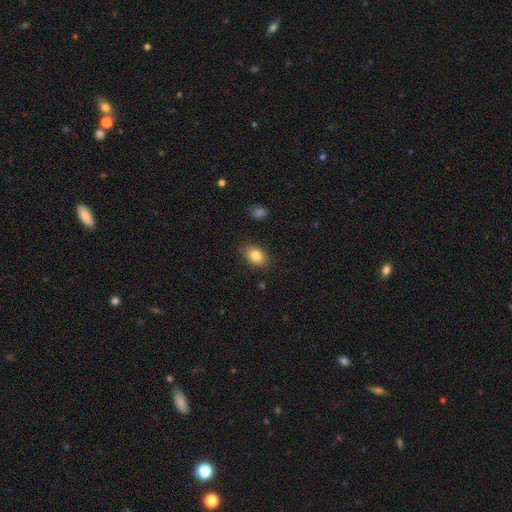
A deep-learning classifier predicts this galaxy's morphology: Overall: smooth (83%). How rounded: in between (81%). Merging: none (86%).